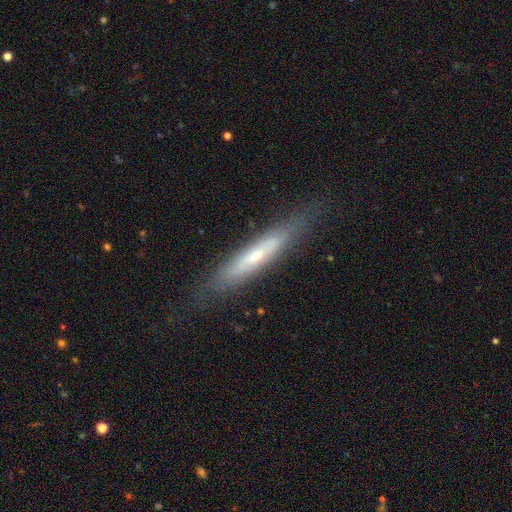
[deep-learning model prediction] This appears to be a featured or disk galaxy (57%) viewed edge-on (76%). Merging: none (80%).